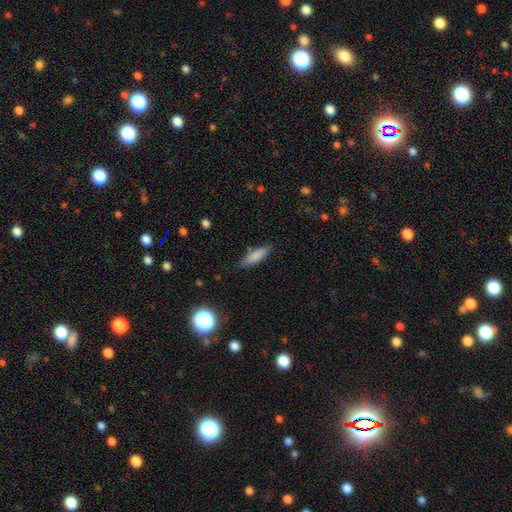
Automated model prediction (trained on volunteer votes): smooth_or_featured: smooth (p=0.81) [alt: featured or disk p=0.12]
how_rounded: cigar-shaped (p=0.56) [alt: in between p=0.43]
merging: none (p=0.81) [alt: minor disturbance p=0.13]